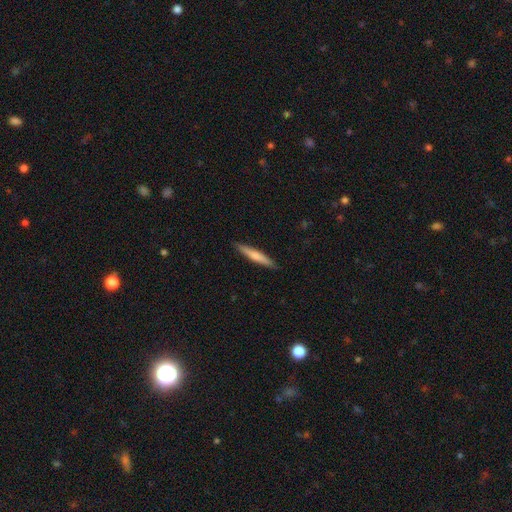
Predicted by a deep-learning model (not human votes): Smooth or featured? Predicted: smooth (p=0.66). How rounded? Predicted: cigar-shaped (p=0.94). Merging? Predicted: none (p=0.91).